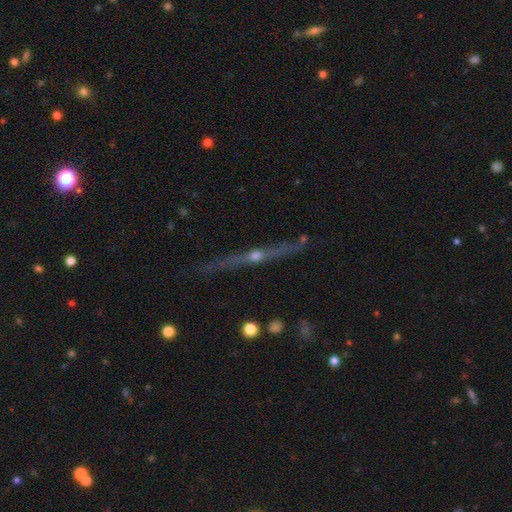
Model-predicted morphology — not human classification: This is likely a featured or disk galaxy (79%). It is clearly viewed edge-on (96%). Edge-on bulge: clearly rounded (90%). Merging: likely none (79%).